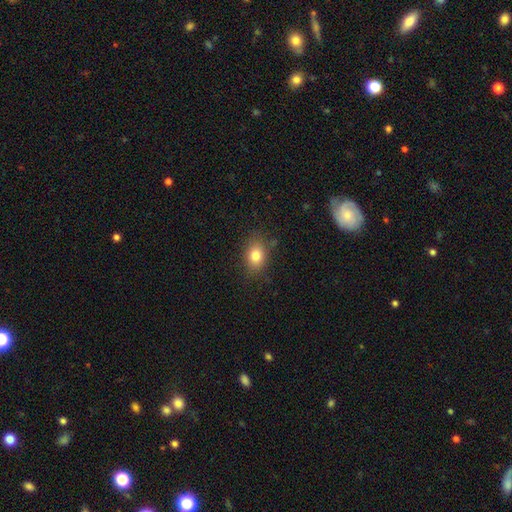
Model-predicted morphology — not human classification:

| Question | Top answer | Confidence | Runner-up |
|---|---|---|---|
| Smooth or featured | smooth | 79% | star or artifact (11%) |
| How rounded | in between | 68% | round (31%) |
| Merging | none | 82% | minor disturbance (13%) |